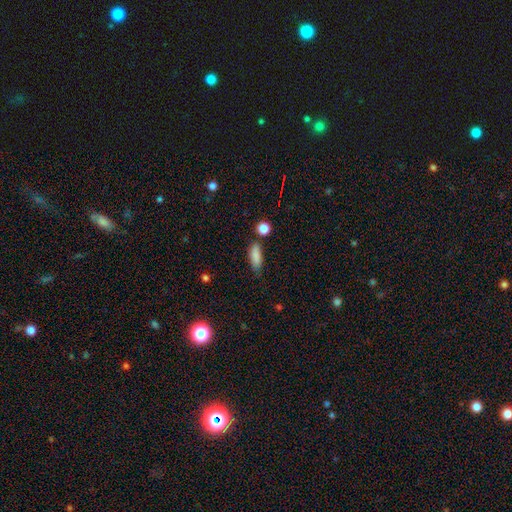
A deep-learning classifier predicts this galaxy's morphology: smooth 86%, star or artifact 8%, featured or disk 6%. Down the decision tree: how rounded — in between (65%); merging — none (66%).